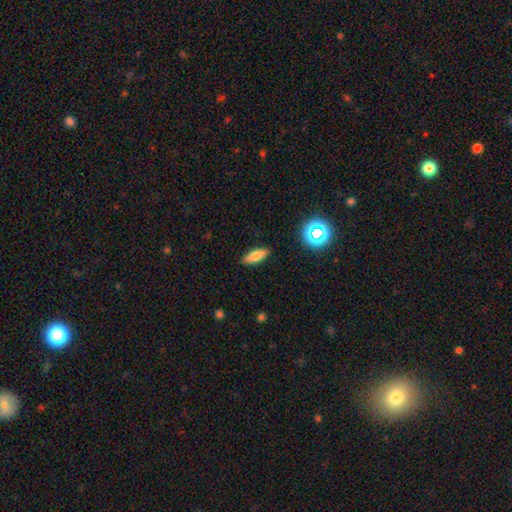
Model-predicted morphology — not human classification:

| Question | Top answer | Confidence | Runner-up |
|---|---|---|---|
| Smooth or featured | smooth | 78% | featured or disk (12%) |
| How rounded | in between | 69% | cigar-shaped (27%) |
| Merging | none | 88% | minor disturbance (9%) |